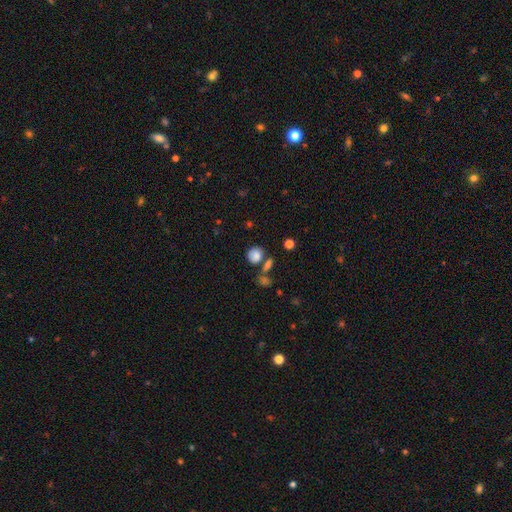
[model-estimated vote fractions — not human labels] smooth 83%, star or artifact 11%, featured or disk 6%. Down the decision tree: how rounded — round (75%); merging — none (63%).